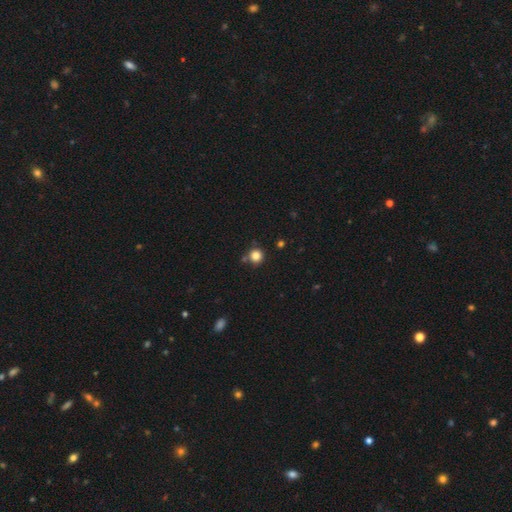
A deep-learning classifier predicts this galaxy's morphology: type=smooth (83%); roundness=round (94%); merging=none (81%).